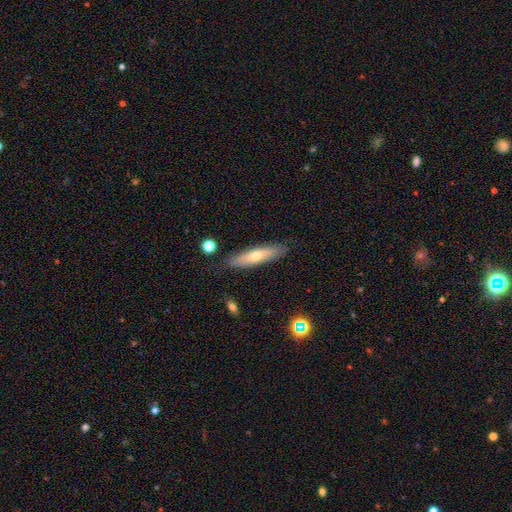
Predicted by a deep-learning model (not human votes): A smooth galaxy with no disk features (55%) that is cigar-shaped (77%). Merging: none (85%).